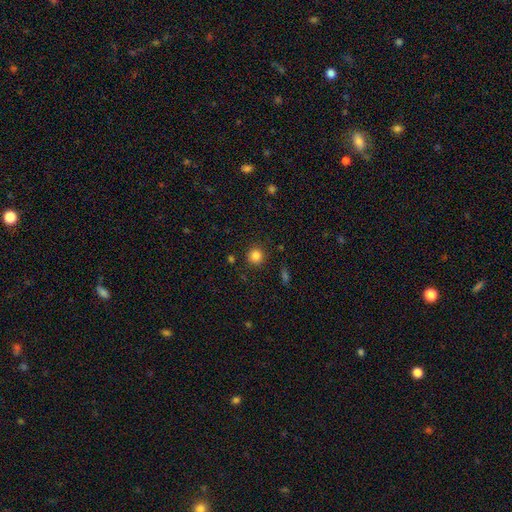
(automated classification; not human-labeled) Overall: smooth (84%). How rounded: round (93%). Merging: none (89%).